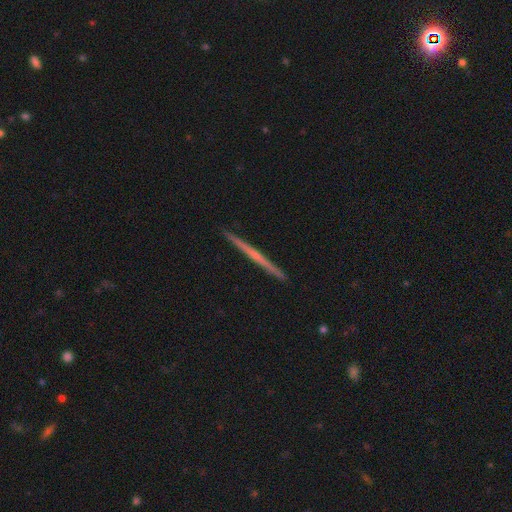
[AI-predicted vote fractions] The model was most divided on "smooth or featured": featured or disk: 61%, smooth: 34%, star or artifact: 5%. More confident: edge-on disk — yes (98%); merging — none (93%); edge-on bulge — none (81%).